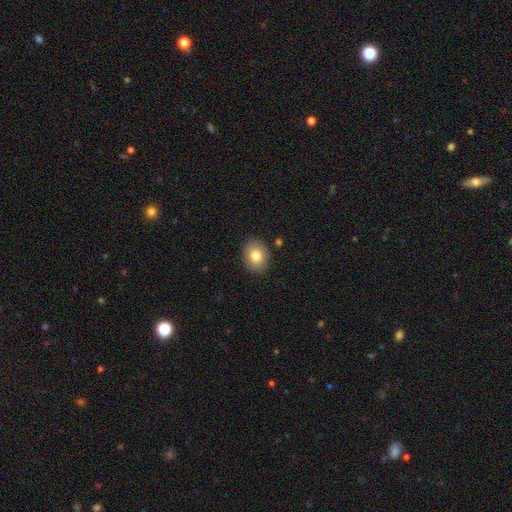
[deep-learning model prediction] This appears to be a smooth galaxy with no disk features (80%) that is round (50%). Merging: none (88%).